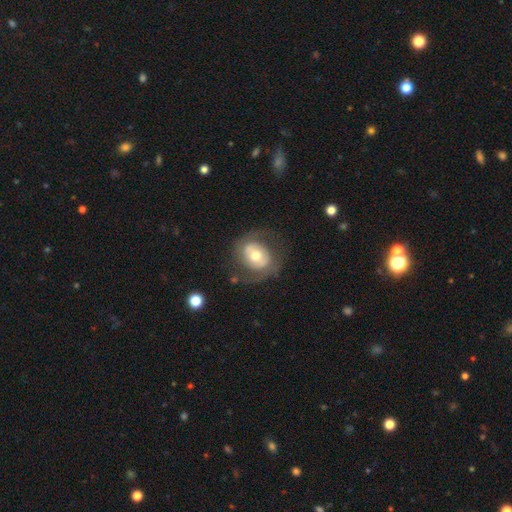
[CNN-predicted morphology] Overall: featured or disk (53%; smooth 40%). Edge-on disk: no (95%). Bar: no (60%; weak 26%). Spiral arms: no (56%; yes 44%). Bulge size: moderate (70%). Merging: none (66%).